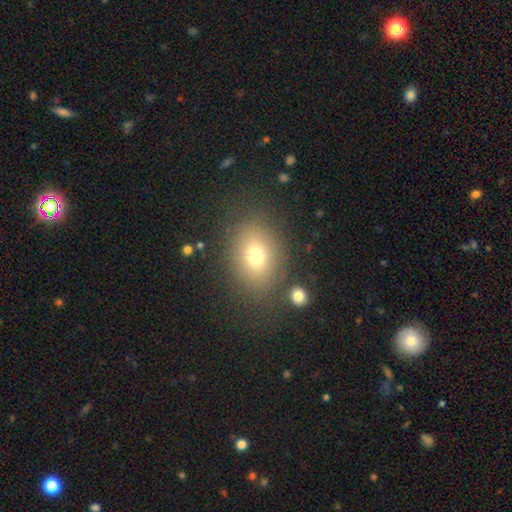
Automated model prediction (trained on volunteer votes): Smooth or featured?
  - smooth: 73% *
  - star or artifact: 14%
  - featured or disk: 14%
How rounded?
  - in between: 64% *
  - round: 35%
  - cigar-shaped: 1%
Merging?
  - none: 80% *
  - minor disturbance: 11%
  - major disturbance: 5%
  - merger: 4%